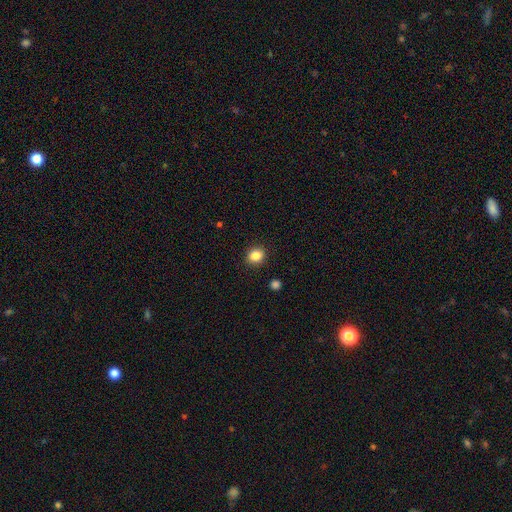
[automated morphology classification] Overall: smooth (85%). How rounded: round (77%). Merging: none (91%).